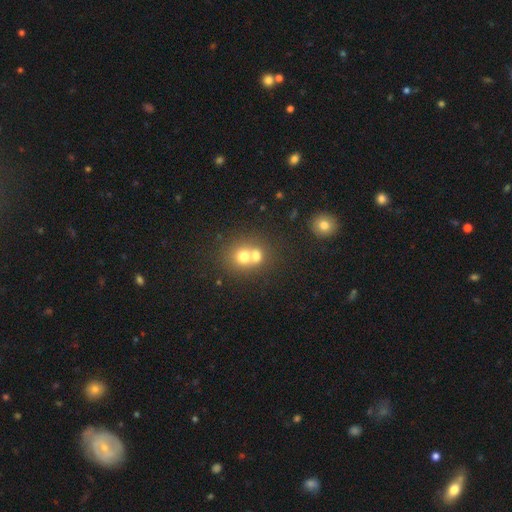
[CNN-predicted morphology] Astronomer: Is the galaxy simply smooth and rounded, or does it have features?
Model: smooth — 69%.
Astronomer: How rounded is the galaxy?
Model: round — 76%.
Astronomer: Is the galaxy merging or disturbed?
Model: merger — 65%.